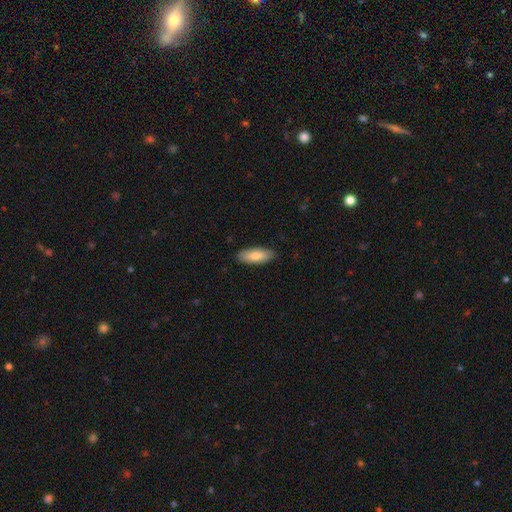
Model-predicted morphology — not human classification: smooth-or-featured: smooth: 77% | featured or disk: 17% | star or artifact: 6%
  how-rounded: in between: 78% | cigar-shaped: 20% | round: 2%
  merging: none: 87% | minor disturbance: 11% | major disturbance: 2% | merger: 1%